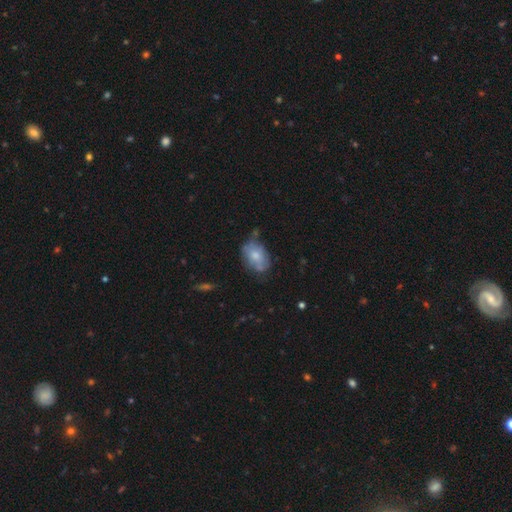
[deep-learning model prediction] A smooth galaxy with no disk features (61%) that is in between round and cigar-shaped (84%). Merging: none (49%).